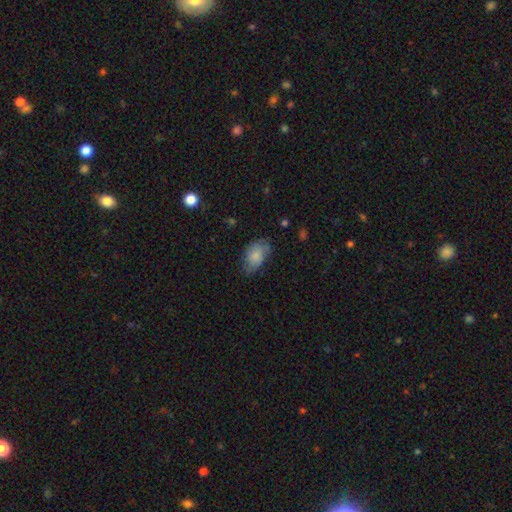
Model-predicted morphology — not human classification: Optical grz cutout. It shows a smooth galaxy with no disk features (75%) that is in between round and cigar-shaped (89%). Merging: none (52%).